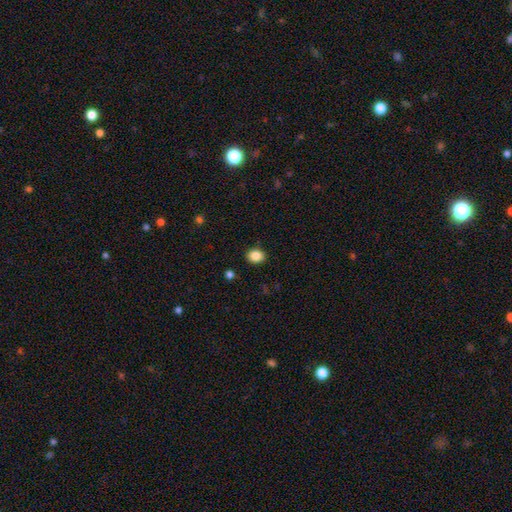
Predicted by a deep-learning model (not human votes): Q: Smooth or featured?
A: smooth (87%); runner-up: star or artifact (9%)
Q: How rounded?
A: round (55%); runner-up: in between (44%)
Q: Merging?
A: none (89%); runner-up: minor disturbance (7%)